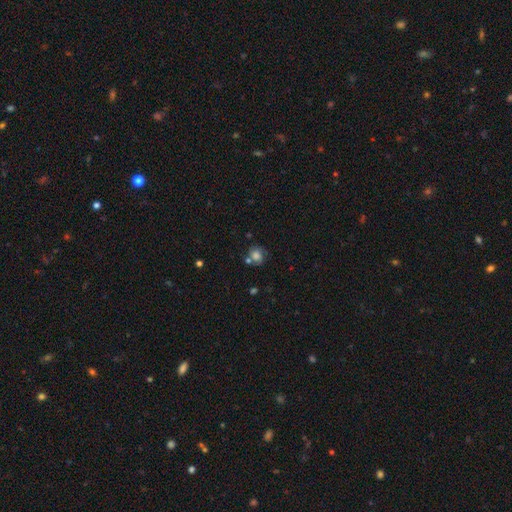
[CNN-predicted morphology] A smooth galaxy with no disk features (66%) that is round (71%).

Vote fractions:
- Smooth or featured? smooth: 66% / featured or disk: 21% / star or artifact: 13%
- How rounded? round: 71% / in between: 28% / cigar-shaped: 1%
- Merging? none: 57% / minor disturbance: 18% / merger: 17% / major disturbance: 7%